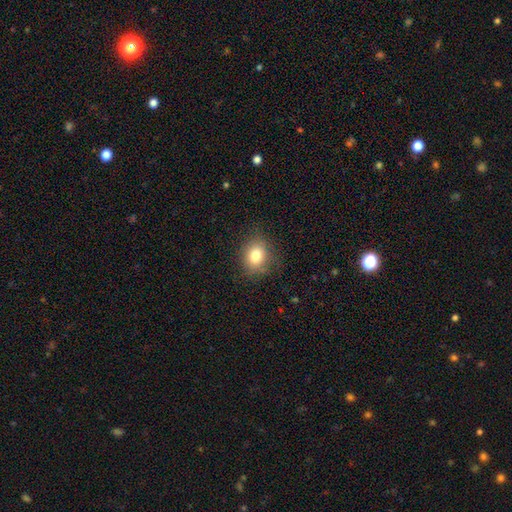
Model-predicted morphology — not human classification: A smooth galaxy with no disk features (81%) that is round (53%).

Vote fractions:
- Smooth or featured? smooth: 81% / star or artifact: 11% / featured or disk: 9%
- How rounded? round: 53% / in between: 46% / cigar-shaped: 1%
- Merging? none: 79% / minor disturbance: 15% / major disturbance: 4% / merger: 1%